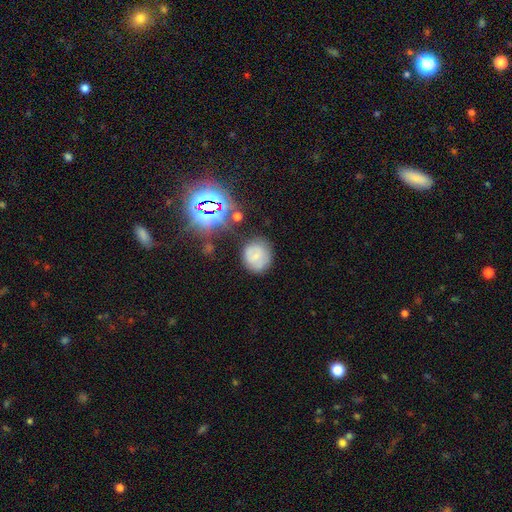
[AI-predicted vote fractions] smooth 62%, featured or disk 24%, star or artifact 14%. Down the decision tree: how rounded — round (80%); merging — none (72%).